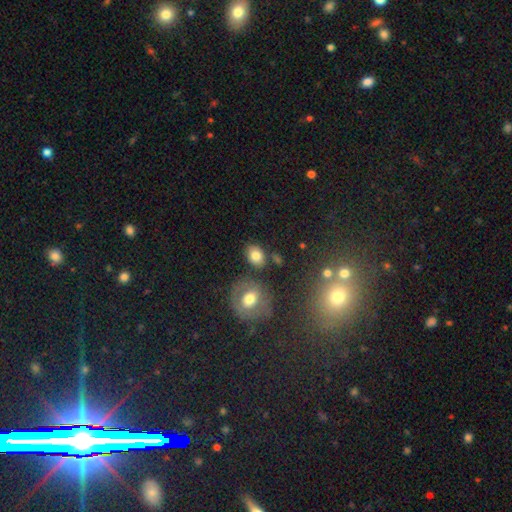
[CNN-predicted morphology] Smooth or featured? Predicted: smooth (p=0.78). How rounded? Predicted: in between (p=0.64). Merging? Predicted: none (p=0.76).